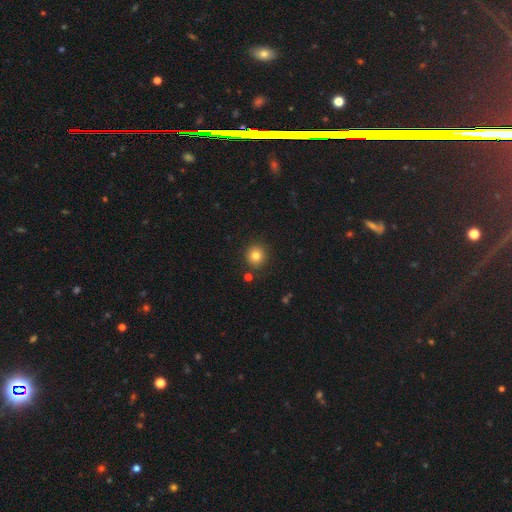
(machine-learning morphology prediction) smooth_or_featured: smooth (p=0.82) [alt: star or artifact p=0.12]
how_rounded: round (p=0.91) [alt: in between p=0.08]
merging: none (p=0.87) [alt: minor disturbance p=0.07]